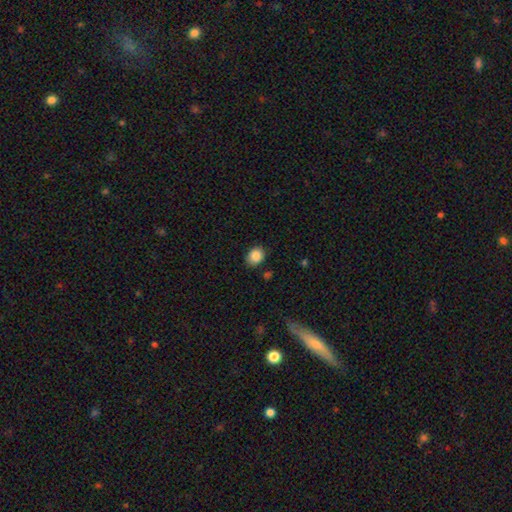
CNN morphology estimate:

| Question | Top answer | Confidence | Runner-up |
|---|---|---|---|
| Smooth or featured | smooth | 86% | star or artifact (9%) |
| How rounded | round | 50% | in between (49%) |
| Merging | none | 83% | minor disturbance (12%) |